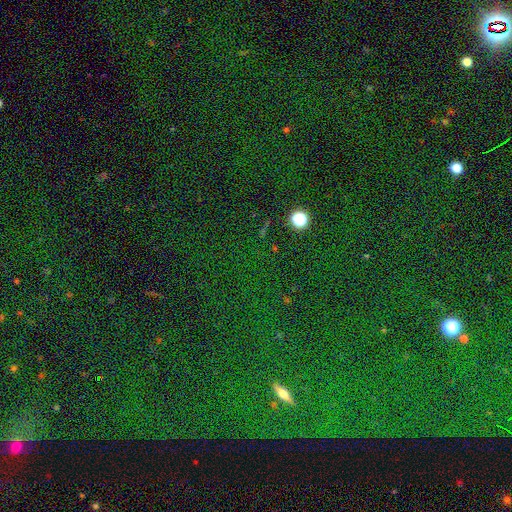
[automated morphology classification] This appears to be a star or artifact, not a galaxy (80%).